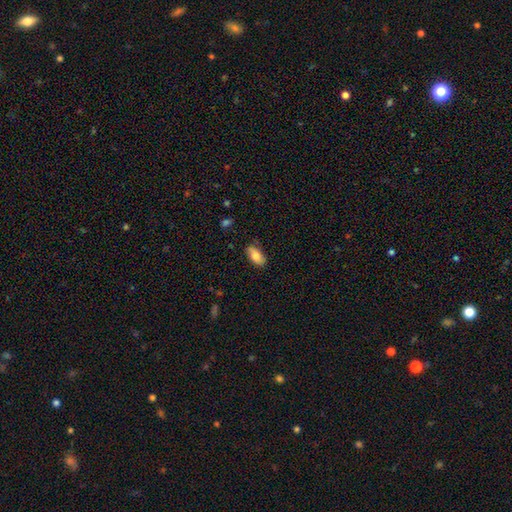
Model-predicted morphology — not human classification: Q: Smooth or featured?
A: smooth (82%); runner-up: featured or disk (11%)
Q: How rounded?
A: in between (92%); runner-up: cigar-shaped (5%)
Q: Merging?
A: none (75%); runner-up: minor disturbance (19%)